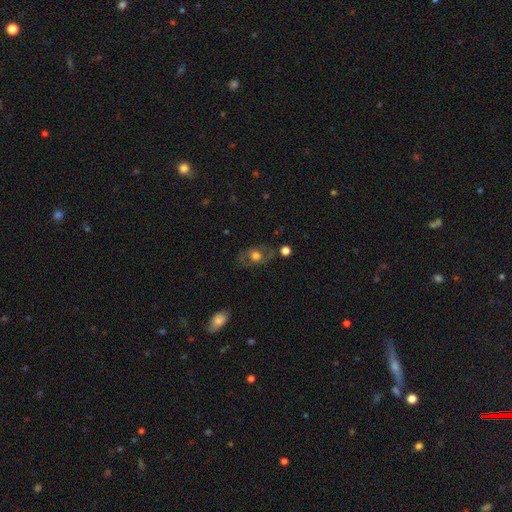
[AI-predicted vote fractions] The model was most divided on "smooth or featured": smooth: 49%, featured or disk: 42%, star or artifact: 9%. More confident: merging — none (74%).